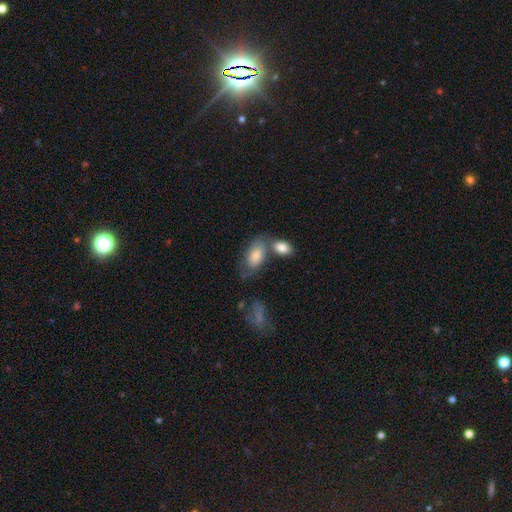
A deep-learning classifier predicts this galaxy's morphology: smooth-or-featured: smooth: 81% | featured or disk: 13% | star or artifact: 6%
  how-rounded: in between: 93% | round: 4% | cigar-shaped: 3%
  merging: none: 45% | merger: 31% | minor disturbance: 17% | major disturbance: 7%